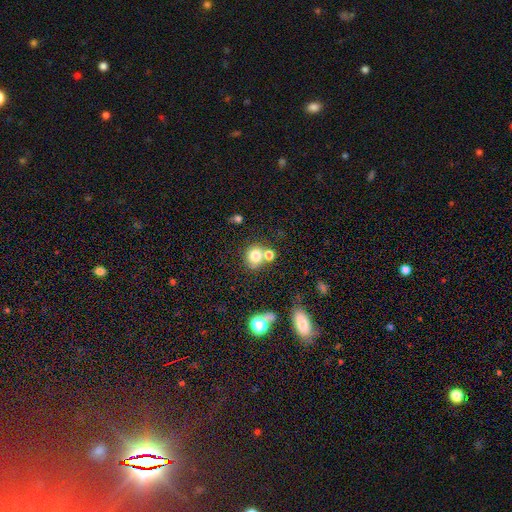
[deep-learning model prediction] smooth 77%, star or artifact 13%, featured or disk 10%. Down the decision tree: how rounded — round (77%); merging — none (55%).